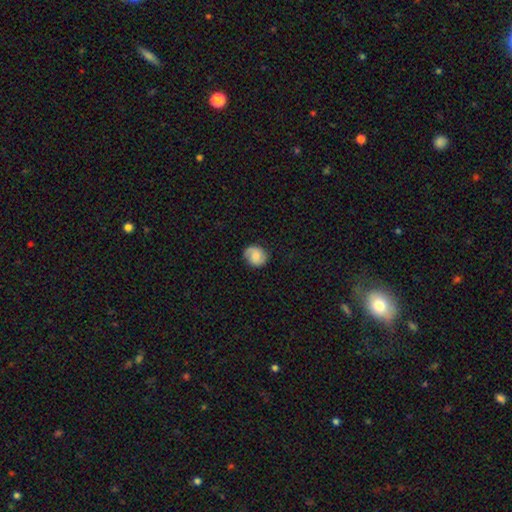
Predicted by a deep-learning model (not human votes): Smooth or featured? smooth (59%)
How rounded? round (70%)
Merging? none (77%)